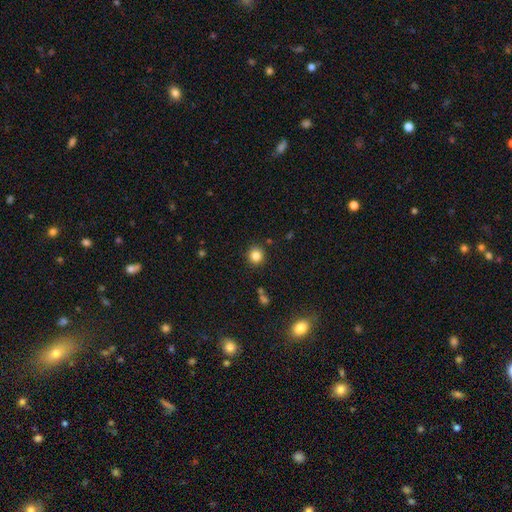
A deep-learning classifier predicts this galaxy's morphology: A smooth galaxy with no disk features (84%) that is round (92%).

Vote fractions:
- Smooth or featured? smooth: 84% / star or artifact: 11% / featured or disk: 5%
- How rounded? round: 92% / in between: 7% / cigar-shaped: 1%
- Merging? none: 89% / minor disturbance: 6% / major disturbance: 2% / merger: 2%